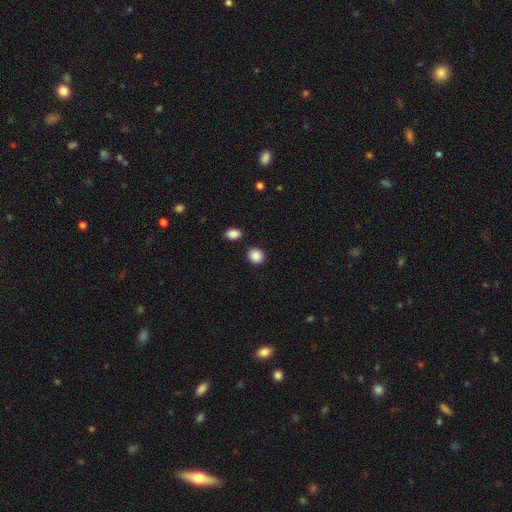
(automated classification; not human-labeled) smooth_or_featured: smooth (p=0.89) [alt: star or artifact p=0.08]
how_rounded: round (p=0.79) [alt: in between p=0.20]
merging: none (p=0.87) [alt: minor disturbance p=0.07]